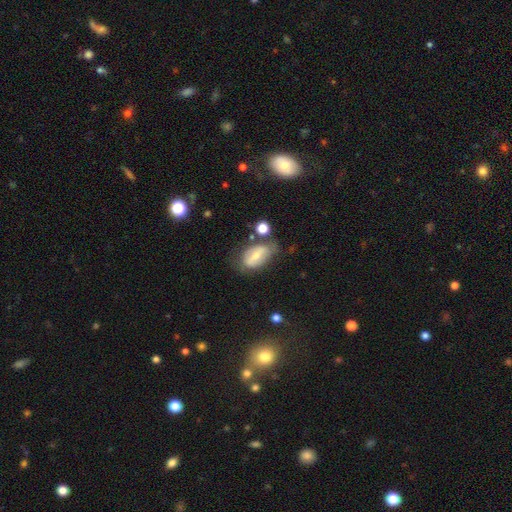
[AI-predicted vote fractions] A smooth galaxy with no disk features (51%) that is in between round and cigar-shaped (89%).

Vote fractions:
- Smooth or featured? smooth: 51% / featured or disk: 41% / star or artifact: 8%
- How rounded? in between: 89% / round: 8% / cigar-shaped: 3%
- Merging? none: 47% / minor disturbance: 30% / major disturbance: 14% / merger: 9%